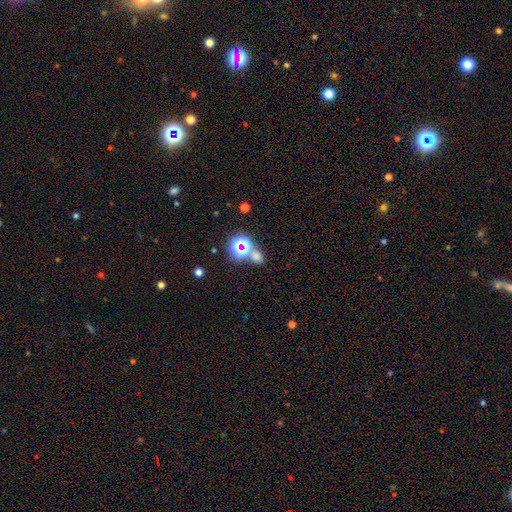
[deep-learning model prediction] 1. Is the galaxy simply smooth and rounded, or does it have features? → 54% smooth, 39% star or artifact, 8% featured or disk.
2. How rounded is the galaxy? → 58% round, 40% in between, 2% cigar-shaped.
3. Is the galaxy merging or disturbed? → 63% none, 23% merger, 9% minor disturbance, 5% major disturbance.